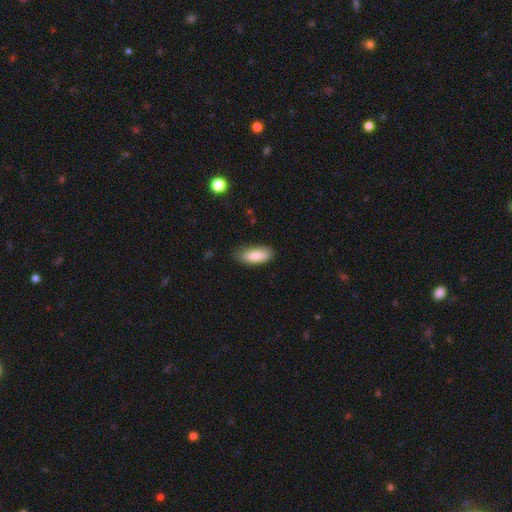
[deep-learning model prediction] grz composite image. It shows a smooth galaxy with no disk features (82%) that is in between round and cigar-shaped (82%). Merging: none (75%).